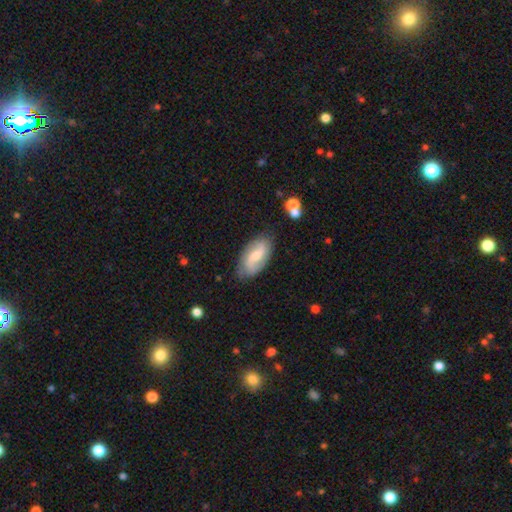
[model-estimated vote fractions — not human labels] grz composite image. It shows a featured or disk galaxy (68%) with a weak bar (48%), 2 (88%) loose (51%) spiral arms (91%) and a moderate central bulge (47%). Merging: none (80%).